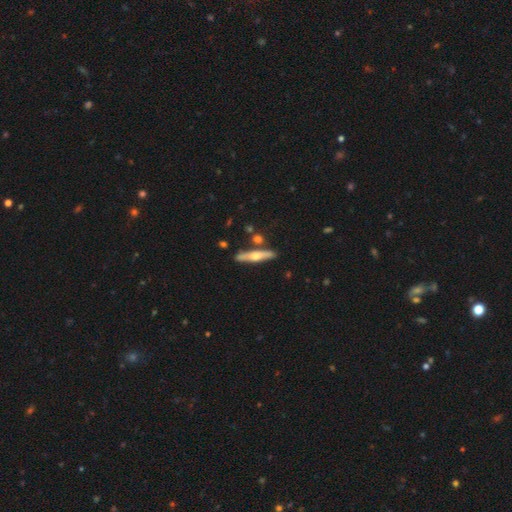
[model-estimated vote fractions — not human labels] Smooth or featured: featured or disk — 53% (smooth — 42%)
Edge-on disk: yes — 92% (no — 8%)
Merging: none — 83% (minor disturbance — 10%)